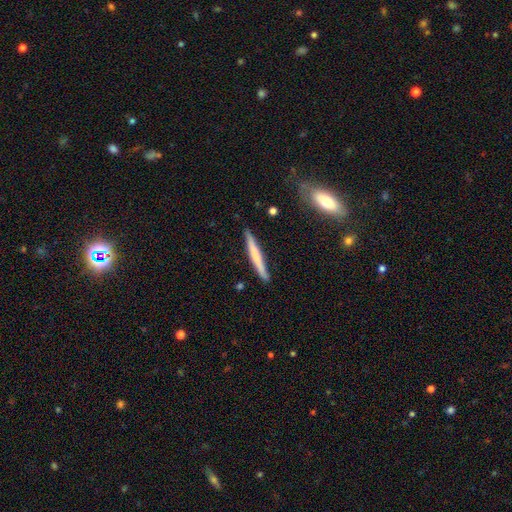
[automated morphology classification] smooth-or-featured: smooth: 58% | featured or disk: 37% | star or artifact: 6%
  how-rounded: cigar-shaped: 96% | in between: 3% | round: 1%
  merging: none: 88% | minor disturbance: 9% | major disturbance: 2% | merger: 2%